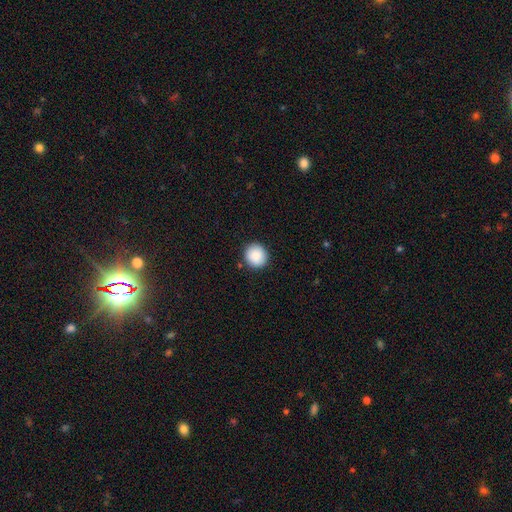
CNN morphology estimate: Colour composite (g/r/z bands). It shows a smooth galaxy with no disk features (89%) that is round (90%). Merging: none (90%).